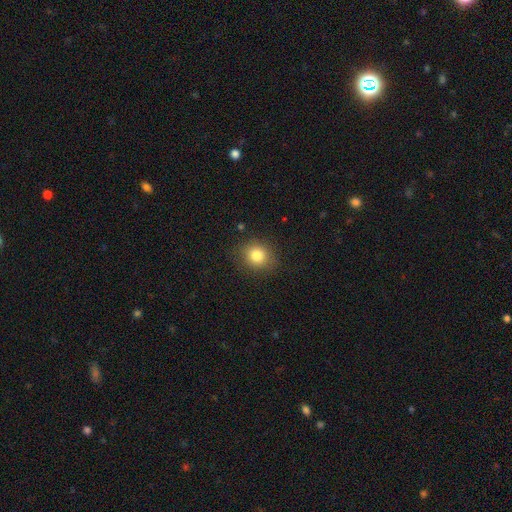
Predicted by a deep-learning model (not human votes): smooth_or_featured: smooth (p=0.81) [alt: star or artifact p=0.11]
how_rounded: round (p=0.79) [alt: in between p=0.20]
merging: none (p=0.87) [alt: minor disturbance p=0.09]